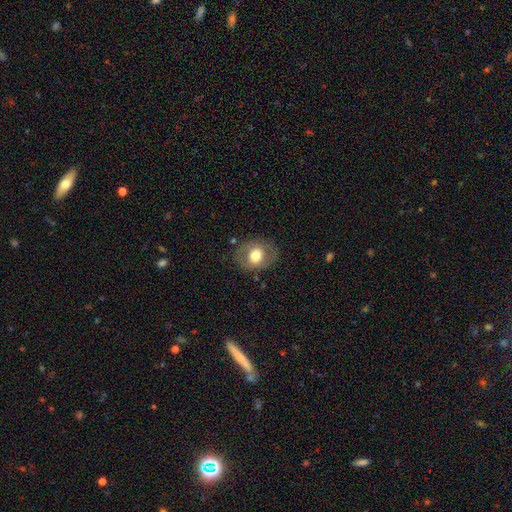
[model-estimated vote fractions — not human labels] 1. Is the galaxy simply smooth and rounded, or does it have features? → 59% smooth, 33% featured or disk, 7% star or artifact.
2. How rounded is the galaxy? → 51% in between, 48% round, 1% cigar-shaped.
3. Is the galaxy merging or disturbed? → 78% none, 14% minor disturbance, 6% major disturbance, 2% merger.